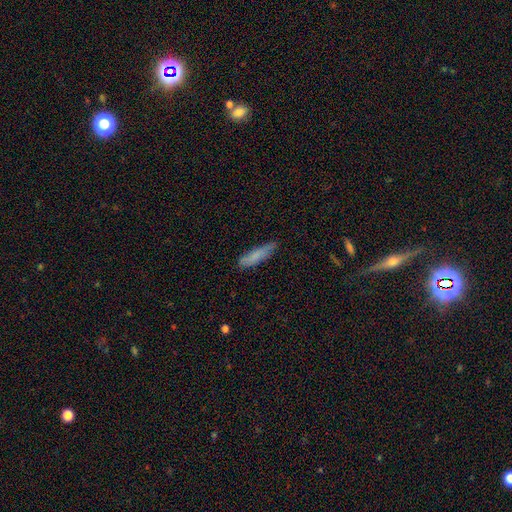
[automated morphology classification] A smooth galaxy with no disk features (79%) that is cigar-shaped (80%). Merging: none (76%).